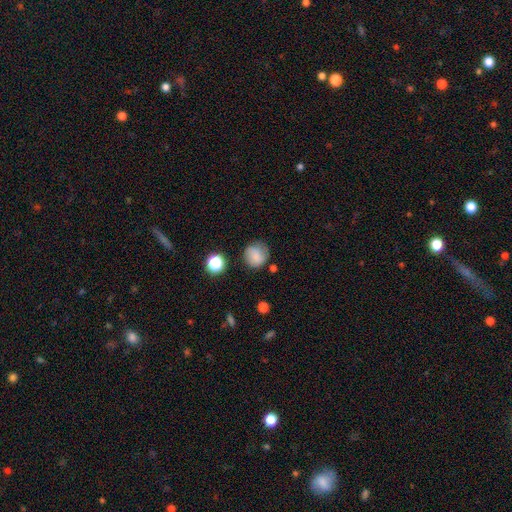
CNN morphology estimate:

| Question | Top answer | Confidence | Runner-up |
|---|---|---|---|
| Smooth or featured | smooth | 77% | featured or disk (12%) |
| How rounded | round | 87% | in between (12%) |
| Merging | none | 71% | minor disturbance (20%) |